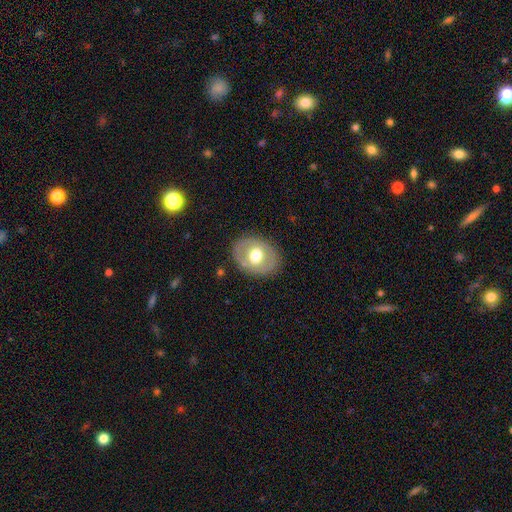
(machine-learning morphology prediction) This is possibly a smooth galaxy (52%). How rounded: possibly in between (56%). Merging: clearly none (82%).